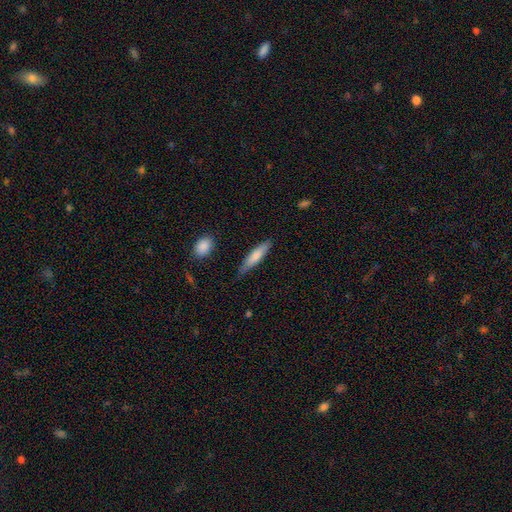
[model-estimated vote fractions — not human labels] A smooth galaxy with no disk features (76%) that is cigar-shaped (81%).

Vote fractions:
- Smooth or featured? smooth: 76% / featured or disk: 19% / star or artifact: 6%
- How rounded? cigar-shaped: 81% / in between: 18% / round: 1%
- Merging? none: 75% / minor disturbance: 20% / major disturbance: 4% / merger: 2%